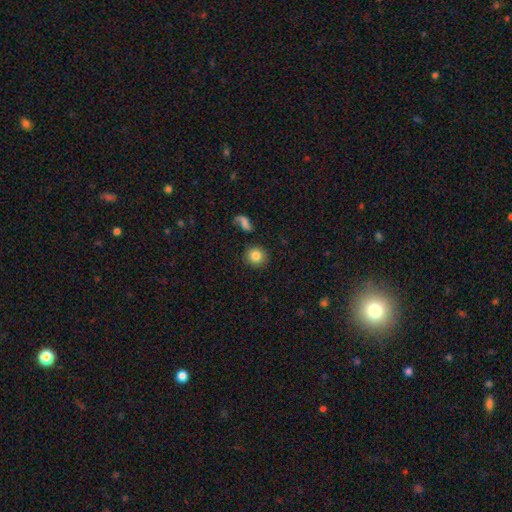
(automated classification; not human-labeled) Overall: smooth (83%). How rounded: round (89%). Merging: none (85%).